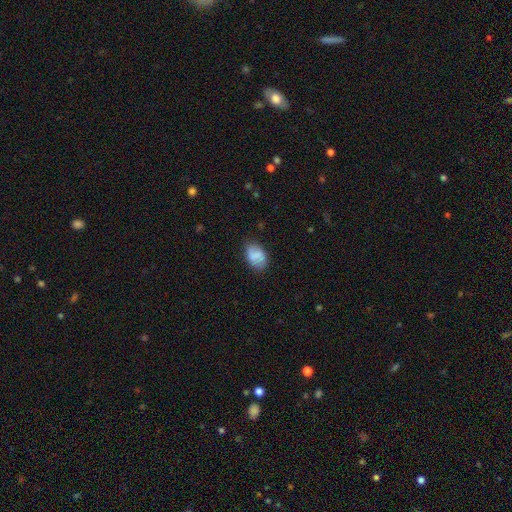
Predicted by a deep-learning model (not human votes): This appears to be a smooth galaxy with no disk features (76%) that is in between round and cigar-shaped (85%). Merging: none (75%).